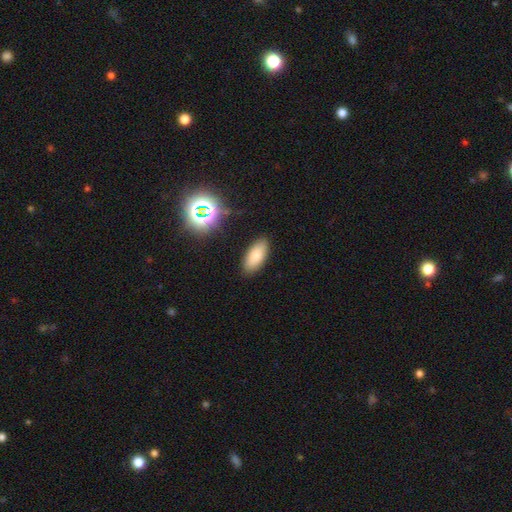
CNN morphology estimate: Overall: smooth (78%). How rounded: in between (87%). Merging: none (87%).